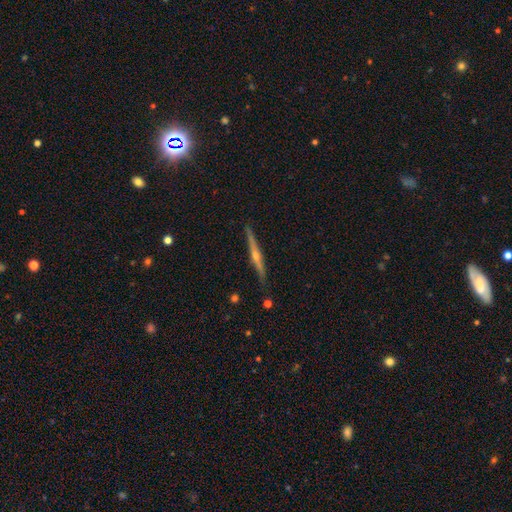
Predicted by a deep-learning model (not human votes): Overall: featured or disk (80%). Edge-on disk: yes (98%). Edge-on bulge: rounded (88%). Merging: none (90%).